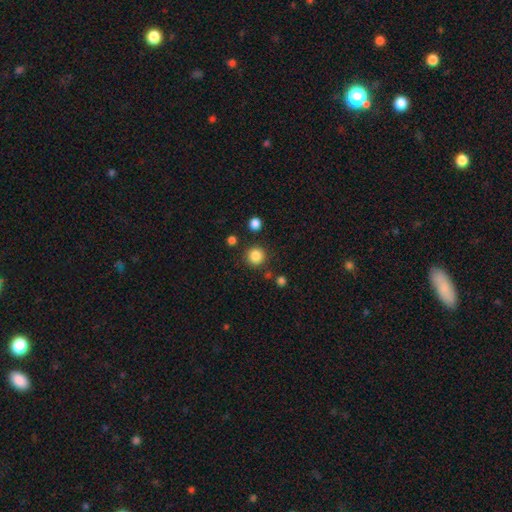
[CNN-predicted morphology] Overall: smooth (85%). How rounded: round (94%). Merging: none (86%).